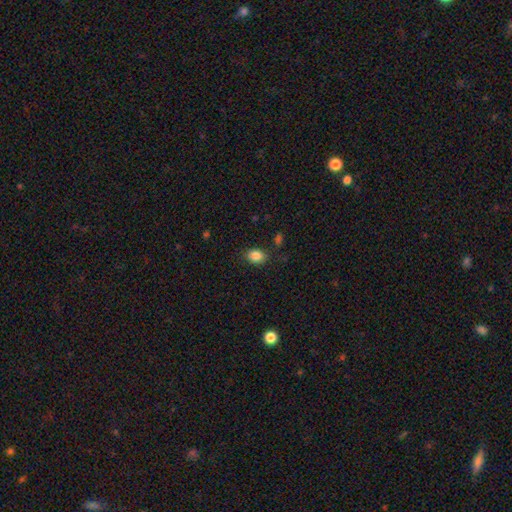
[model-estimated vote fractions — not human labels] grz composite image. It shows a smooth galaxy with no disk features (85%) that is in between round and cigar-shaped (65%). Merging: none (82%).